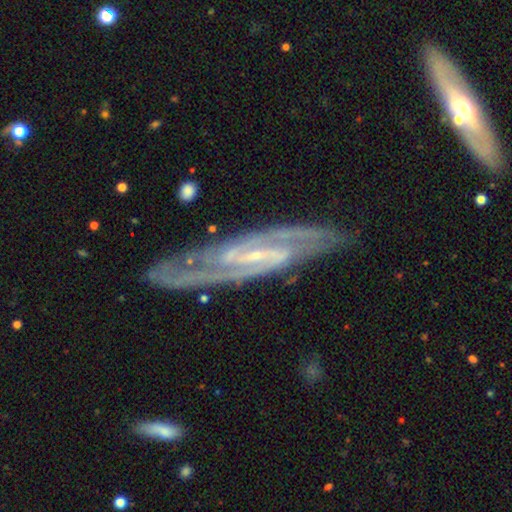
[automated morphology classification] A featured or disk galaxy (91%) with a strong bar (50%), 2 (86%) medium (52%) spiral arms (97%) and a small central bulge (78%). Merging: none (79%).